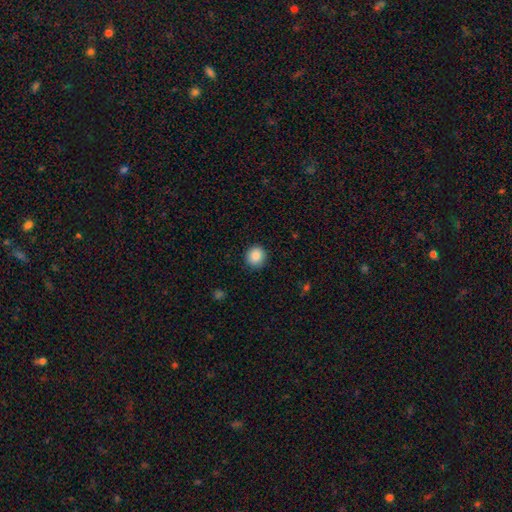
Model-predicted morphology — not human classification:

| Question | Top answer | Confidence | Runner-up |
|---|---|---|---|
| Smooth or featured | smooth | 88% | star or artifact (9%) |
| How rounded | round | 89% | in between (10%) |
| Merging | none | 90% | minor disturbance (7%) |